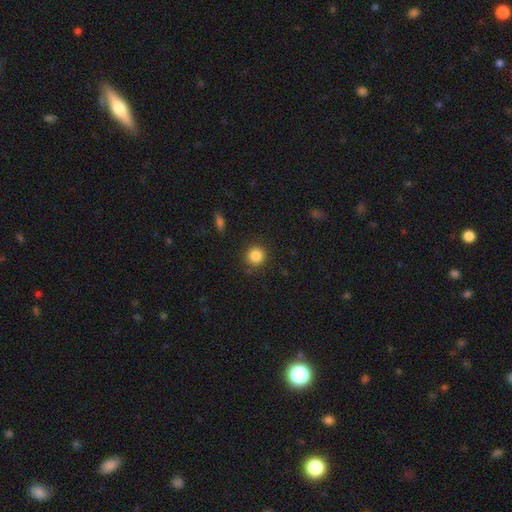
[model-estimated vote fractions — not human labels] Q: Smooth or featured?
A: smooth (85%); runner-up: star or artifact (10%)
Q: How rounded?
A: round (92%); runner-up: in between (7%)
Q: Merging?
A: none (89%); runner-up: minor disturbance (7%)